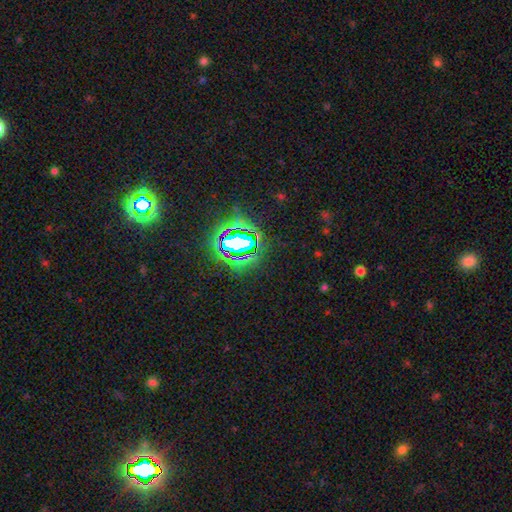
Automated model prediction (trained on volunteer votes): Overall: star or artifact (82%).